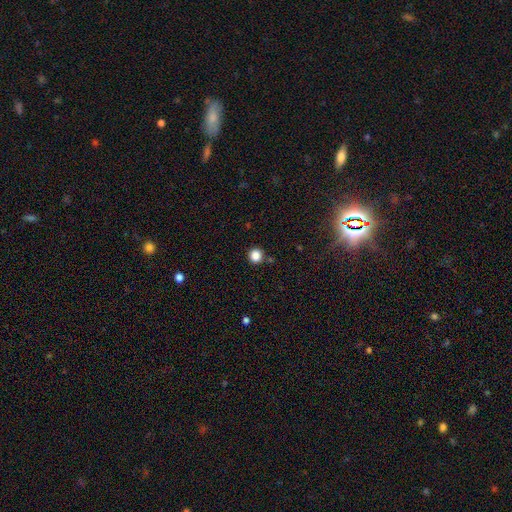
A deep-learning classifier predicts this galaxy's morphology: smooth_or_featured: smooth (p=0.85) [alt: star or artifact p=0.12]
how_rounded: round (p=0.94) [alt: in between p=0.05]
merging: none (p=0.89) [alt: minor disturbance p=0.06]